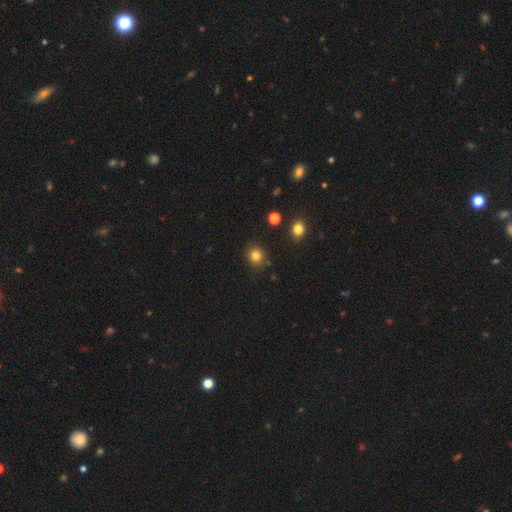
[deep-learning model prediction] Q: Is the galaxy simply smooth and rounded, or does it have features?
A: smooth — 82%.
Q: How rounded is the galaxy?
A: round — 81%.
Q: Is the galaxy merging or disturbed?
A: none — 86%.